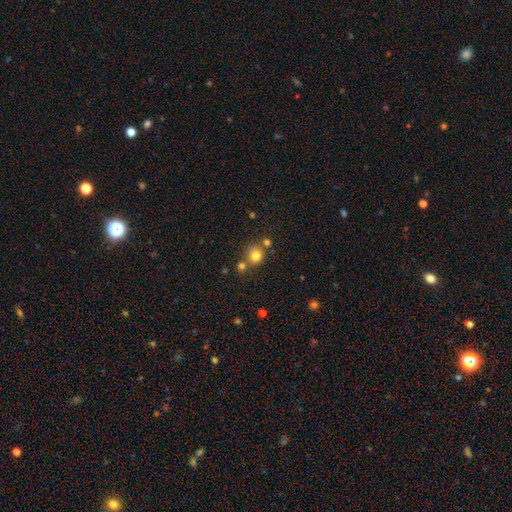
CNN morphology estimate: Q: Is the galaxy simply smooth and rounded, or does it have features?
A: smooth — 78%.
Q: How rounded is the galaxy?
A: round — 88%.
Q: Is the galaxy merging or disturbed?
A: none — 67%.